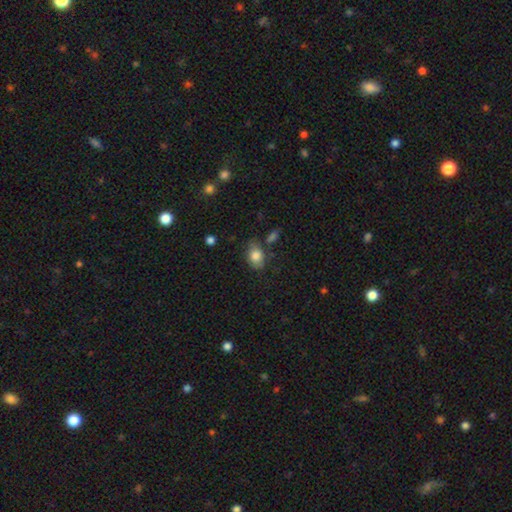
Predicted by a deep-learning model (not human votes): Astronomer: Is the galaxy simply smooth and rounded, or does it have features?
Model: smooth — 82%.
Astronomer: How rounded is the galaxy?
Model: in between — 78%.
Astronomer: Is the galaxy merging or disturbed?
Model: none — 68%.